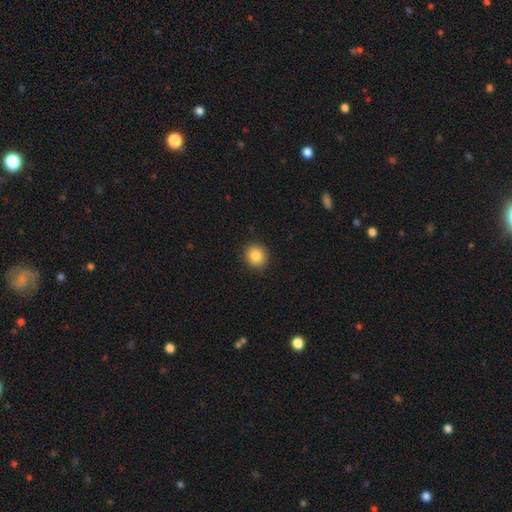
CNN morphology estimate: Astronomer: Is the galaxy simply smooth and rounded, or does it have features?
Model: smooth — 85%.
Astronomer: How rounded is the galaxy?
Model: round — 87%.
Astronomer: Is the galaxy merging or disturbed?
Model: none — 91%.